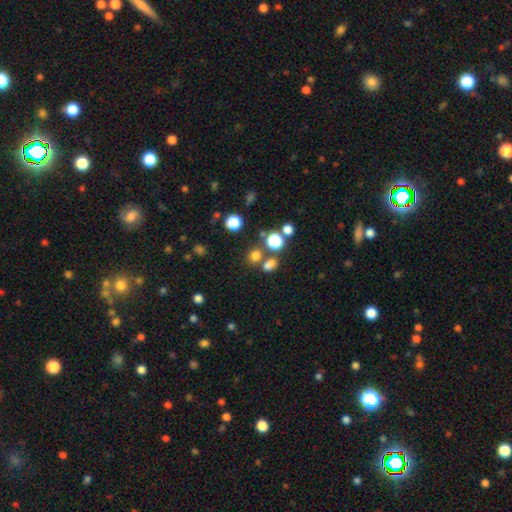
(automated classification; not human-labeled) Q: Smooth or featured?
A: smooth (72%); runner-up: star or artifact (21%)
Q: How rounded?
A: round (75%); runner-up: in between (24%)
Q: Merging?
A: none (65%); runner-up: merger (22%)